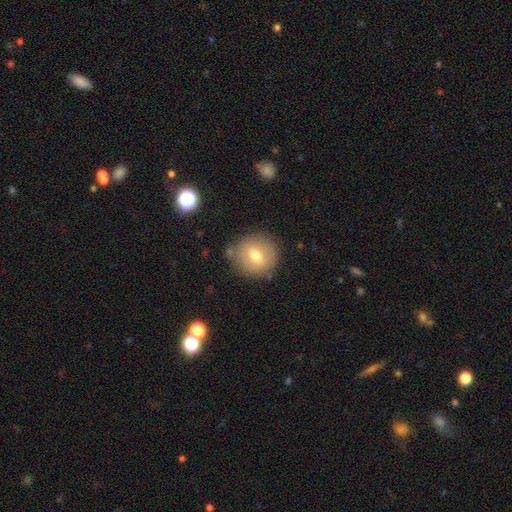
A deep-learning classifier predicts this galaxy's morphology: Smooth or featured?
  - smooth: 70% *
  - featured or disk: 20%
  - star or artifact: 10%
How rounded?
  - round: 90% *
  - in between: 9%
  - cigar-shaped: 1%
Merging?
  - none: 80% *
  - minor disturbance: 13%
  - merger: 4%
  - major disturbance: 3%